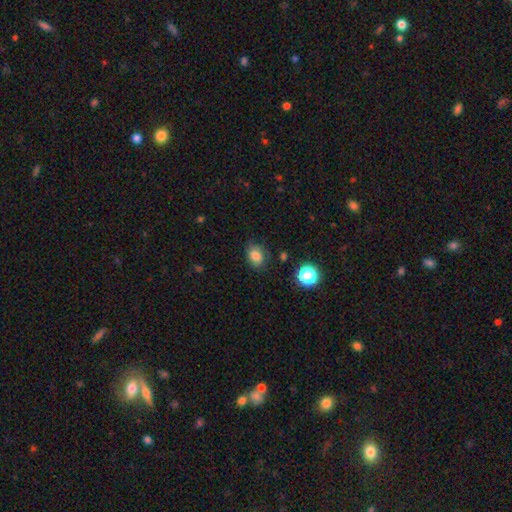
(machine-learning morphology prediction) This is likely a smooth galaxy (80%). How rounded: possibly in between (59%). Merging: likely none (74%).